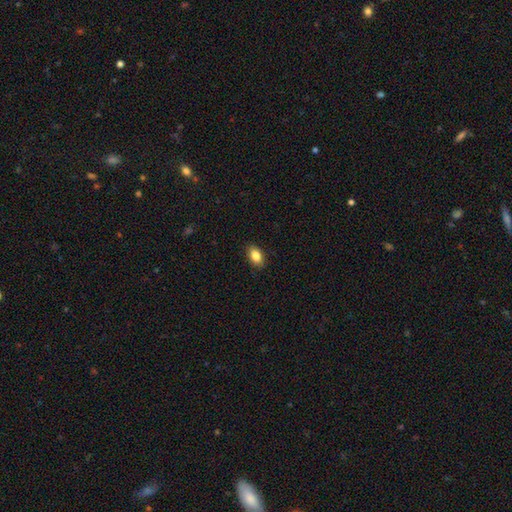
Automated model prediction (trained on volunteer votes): A smooth galaxy with no disk features (85%) that is in between round and cigar-shaped (88%).

Vote fractions:
- Smooth or featured? smooth: 85% / star or artifact: 8% / featured or disk: 7%
- How rounded? in between: 88% / round: 10% / cigar-shaped: 2%
- Merging? none: 88% / minor disturbance: 9% / major disturbance: 2% / merger: 1%